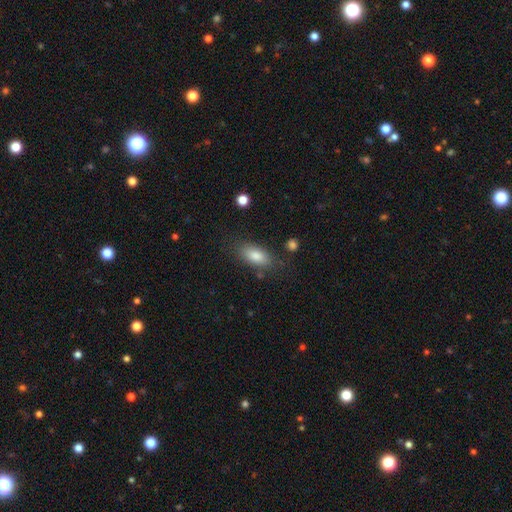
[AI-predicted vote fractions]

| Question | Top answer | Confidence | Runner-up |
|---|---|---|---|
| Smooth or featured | smooth | 81% | featured or disk (11%) |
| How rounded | in between | 85% | cigar-shaped (10%) |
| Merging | none | 78% | minor disturbance (15%) |